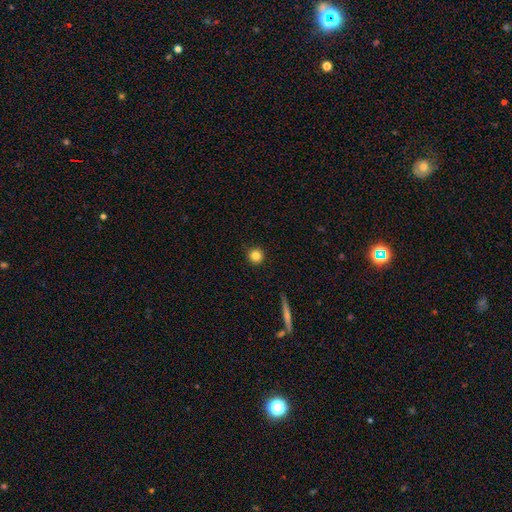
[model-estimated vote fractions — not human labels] This appears to be a smooth galaxy with no disk features (83%) that is round (95%). Merging: none (91%).